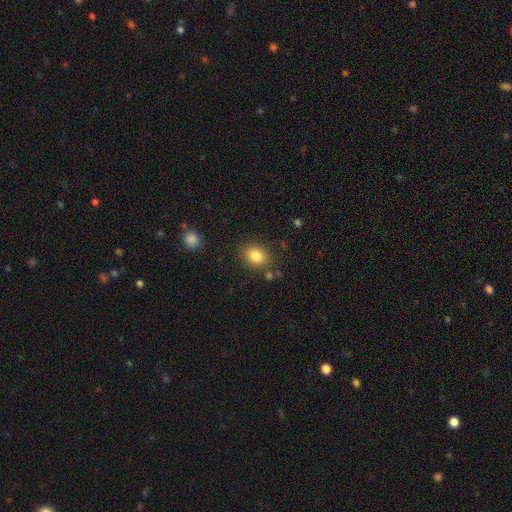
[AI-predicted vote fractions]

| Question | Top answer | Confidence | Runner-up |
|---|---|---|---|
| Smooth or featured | smooth | 83% | star or artifact (10%) |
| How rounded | in between | 56% | round (43%) |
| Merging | none | 82% | minor disturbance (11%) |